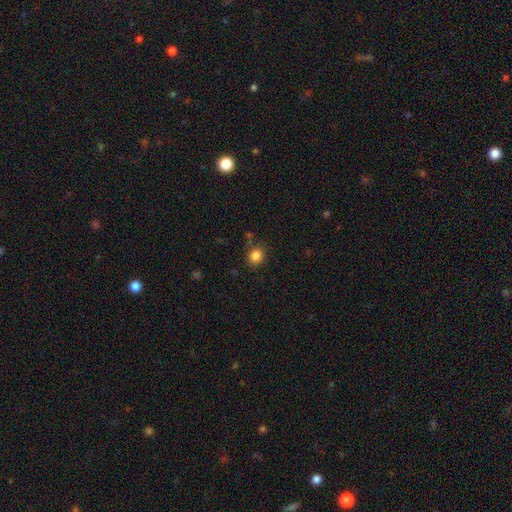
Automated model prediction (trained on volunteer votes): This appears to be a smooth galaxy with no disk features (84%) that is round (72%). Merging: none (80%).